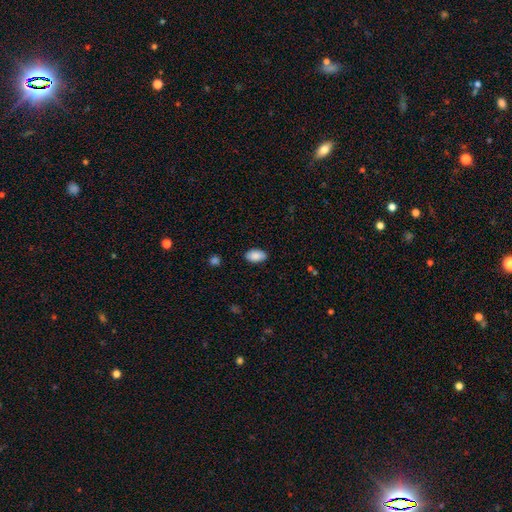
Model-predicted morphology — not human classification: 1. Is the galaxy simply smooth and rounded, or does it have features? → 88% smooth, 7% star or artifact, 6% featured or disk.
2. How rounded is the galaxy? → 93% in between, 6% round, 1% cigar-shaped.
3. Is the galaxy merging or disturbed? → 85% none, 11% minor disturbance, 2% major disturbance, 1% merger.